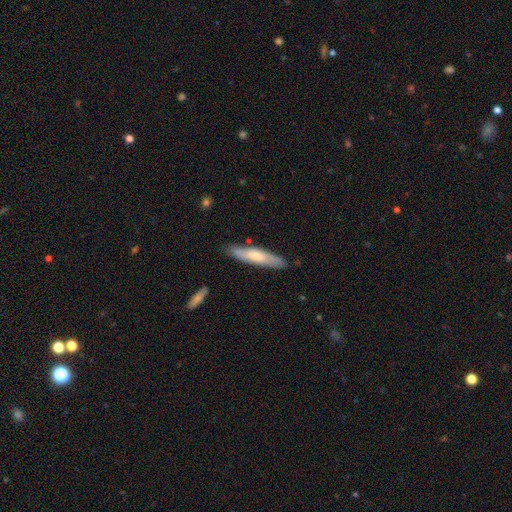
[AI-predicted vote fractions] A smooth galaxy with no disk features (57%) that is cigar-shaped (81%).

Vote fractions:
- Smooth or featured? smooth: 57% / featured or disk: 38% / star or artifact: 5%
- How rounded? cigar-shaped: 81% / in between: 17% / round: 1%
- Merging? none: 82% / minor disturbance: 14% / major disturbance: 2% / merger: 2%